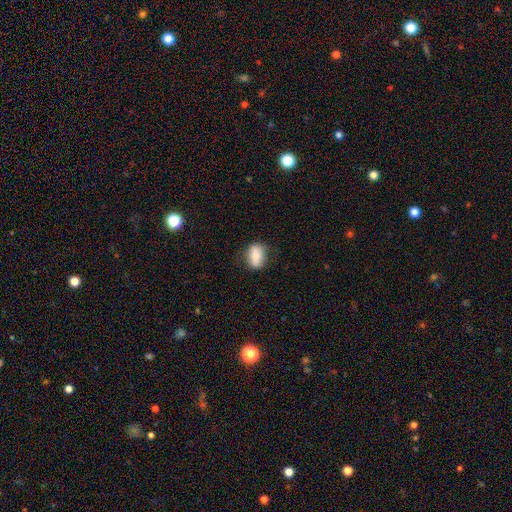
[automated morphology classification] Smooth or featured?
  - smooth: 72% *
  - featured or disk: 20%
  - star or artifact: 8%
How rounded?
  - in between: 76% *
  - round: 21%
  - cigar-shaped: 4%
Merging?
  - none: 77% *
  - minor disturbance: 18%
  - major disturbance: 4%
  - merger: 1%